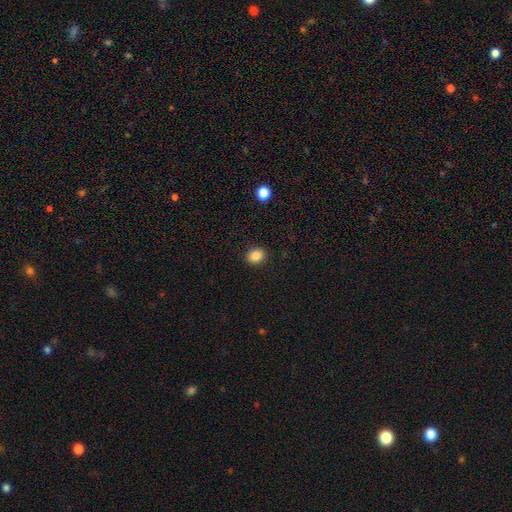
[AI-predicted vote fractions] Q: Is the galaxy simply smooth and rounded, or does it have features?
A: smooth — 85%.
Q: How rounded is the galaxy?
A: round — 54%.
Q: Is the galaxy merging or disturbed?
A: none — 90%.